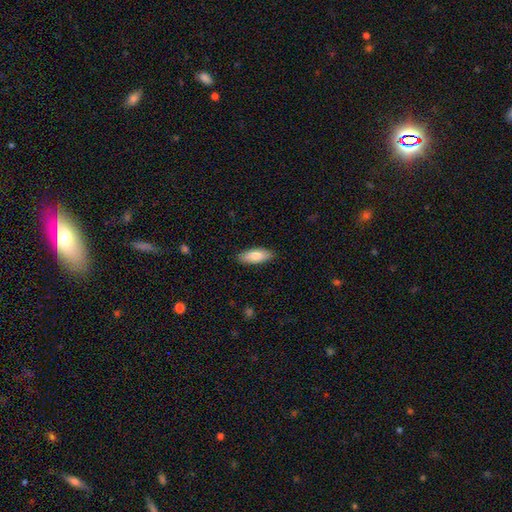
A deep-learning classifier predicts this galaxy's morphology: This is clearly a smooth galaxy (84%). How rounded: likely in between (74%). Merging: clearly none (89%).